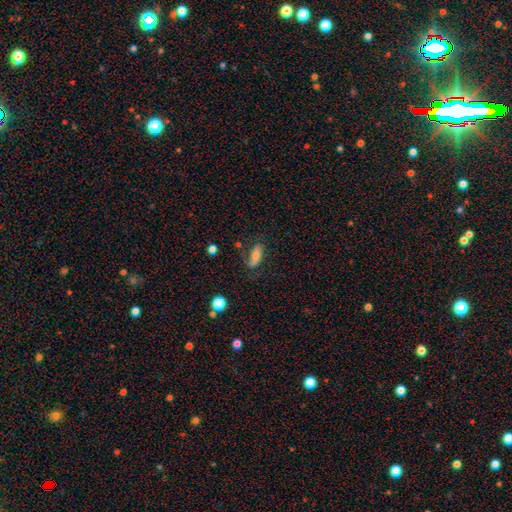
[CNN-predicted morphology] smooth-or-featured: smooth: 48% | featured or disk: 41% | star or artifact: 11%
  merging: none: 58% | minor disturbance: 24% | major disturbance: 14% | merger: 3%